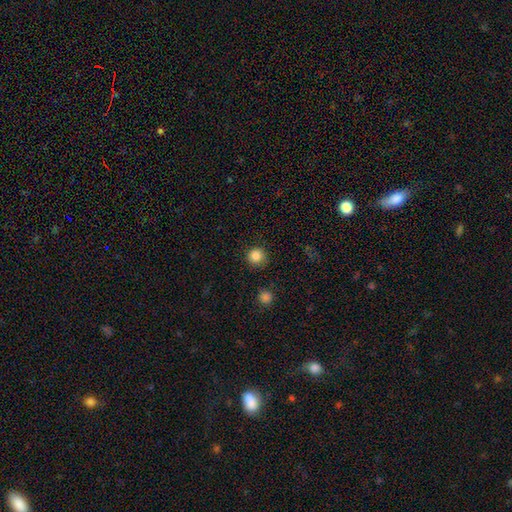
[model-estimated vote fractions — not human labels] Smooth or featured? smooth (85%)
How rounded? round (95%)
Merging? none (89%)